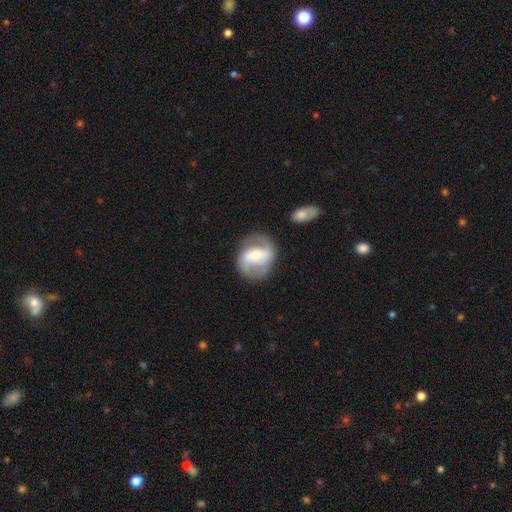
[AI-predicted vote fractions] The model was most divided on "bulge size": moderate: 45%, small: 44%, large: 7%, none: 3%, dominant: 2%. Remaining: edge-on disk — no (97%); spiral arm count — 2 (88%); spiral arms — yes (86%); merging — none (77%); smooth or featured — featured or disk (76%); spiral winding — medium (47%); bar — strong (43%).